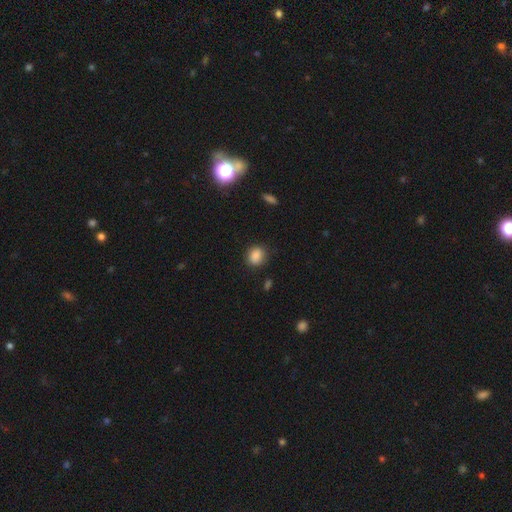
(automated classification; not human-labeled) Smooth or featured? Predicted: smooth (p=0.87). How rounded? Predicted: round (p=0.59). Merging? Predicted: none (p=0.82).